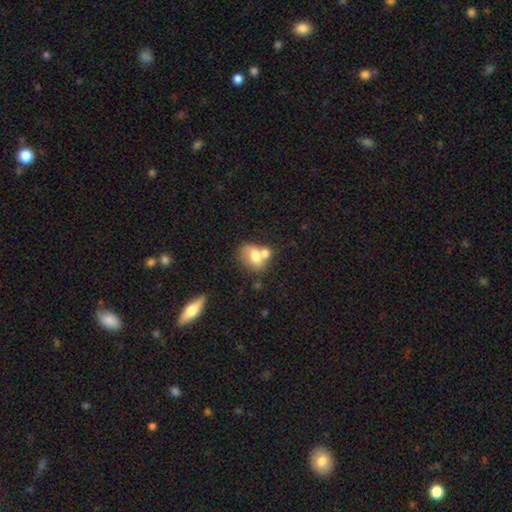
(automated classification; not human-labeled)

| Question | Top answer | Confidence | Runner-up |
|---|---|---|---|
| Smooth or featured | smooth | 69% | featured or disk (22%) |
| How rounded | in between | 59% | round (40%) |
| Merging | merger | 49% | none (31%) |